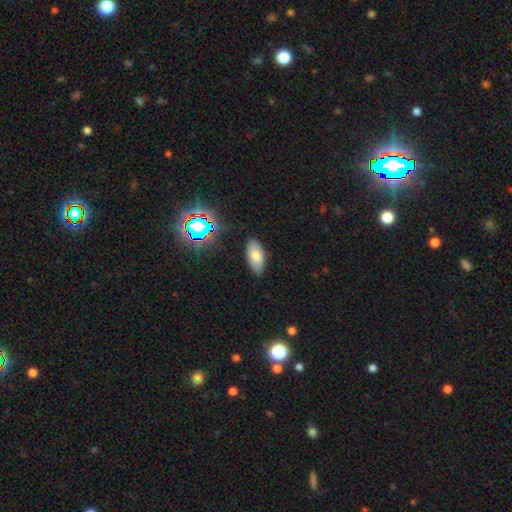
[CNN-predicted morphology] type=smooth (72%); roundness=in between (92%); merging=none (83%).